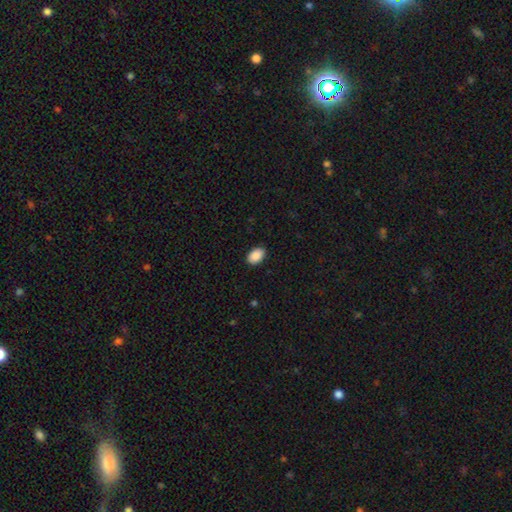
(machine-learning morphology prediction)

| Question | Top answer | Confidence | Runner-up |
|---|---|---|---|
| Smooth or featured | smooth | 90% | star or artifact (7%) |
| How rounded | in between | 91% | round (8%) |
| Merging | none | 88% | minor disturbance (9%) |